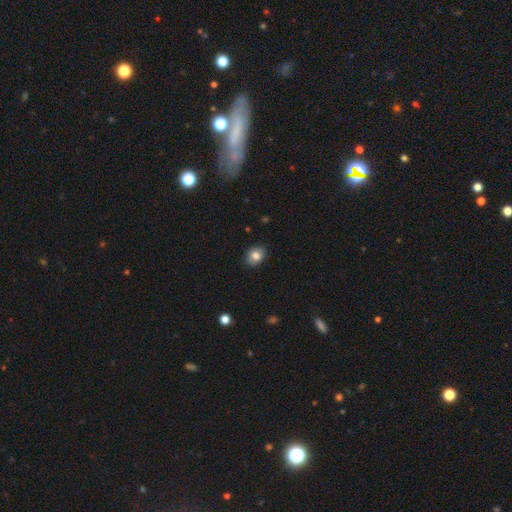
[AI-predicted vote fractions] This appears to be a smooth galaxy with no disk features (80%) that is in between round and cigar-shaped (60%). Merging: none (84%).